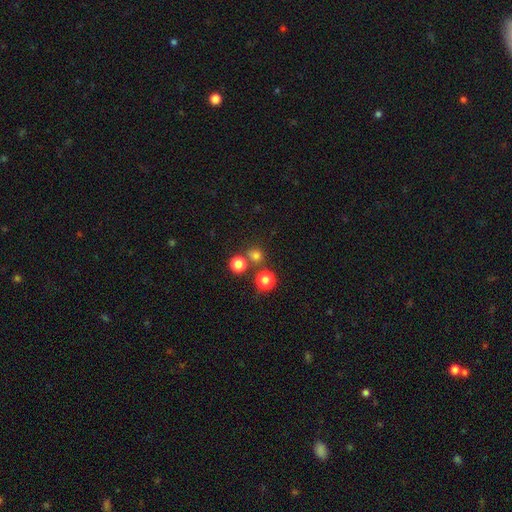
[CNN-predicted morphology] This is likely a smooth galaxy (74%). How rounded: clearly round (90%). Merging: likely none (72%).